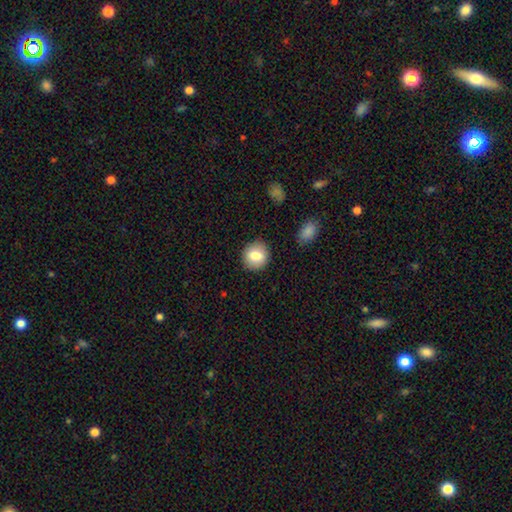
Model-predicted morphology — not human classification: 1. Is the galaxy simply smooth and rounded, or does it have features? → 80% smooth, 12% featured or disk, 8% star or artifact.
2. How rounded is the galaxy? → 83% round, 16% in between, 1% cigar-shaped.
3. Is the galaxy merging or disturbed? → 88% none, 8% minor disturbance, 2% major disturbance, 2% merger.